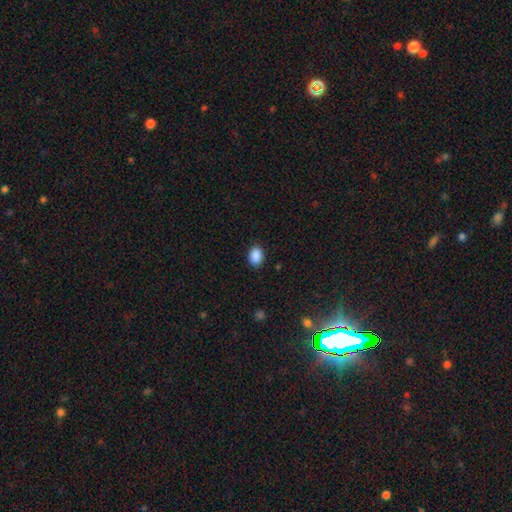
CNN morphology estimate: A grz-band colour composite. It shows a smooth galaxy with no disk features (90%) that is in between round and cigar-shaped (77%). Merging: none (87%).